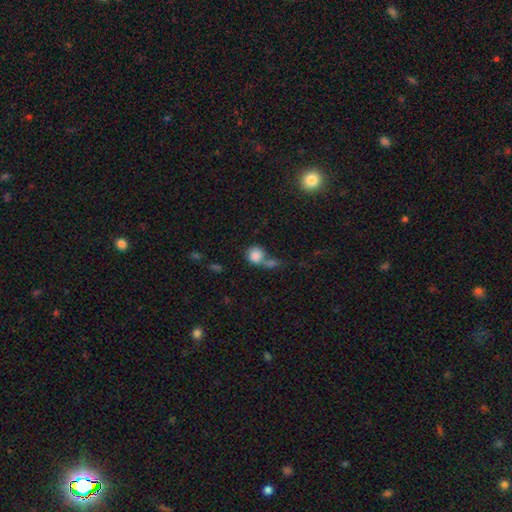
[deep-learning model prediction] Overall: smooth (84%). How rounded: round (82%). Merging: merger (46%; none 36%).